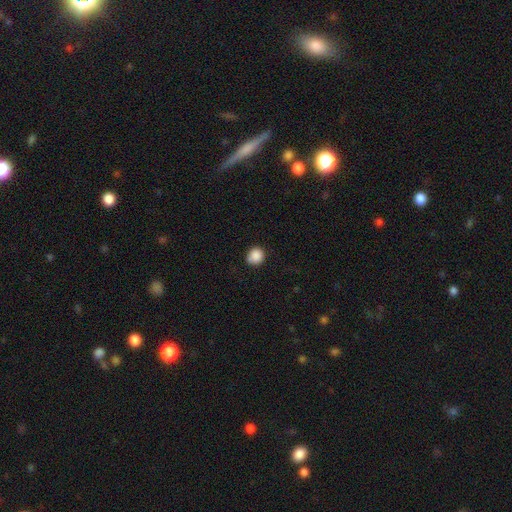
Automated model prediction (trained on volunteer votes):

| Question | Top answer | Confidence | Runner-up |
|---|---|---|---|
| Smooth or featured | smooth | 88% | star or artifact (9%) |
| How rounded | round | 85% | in between (14%) |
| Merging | none | 80% | minor disturbance (16%) |